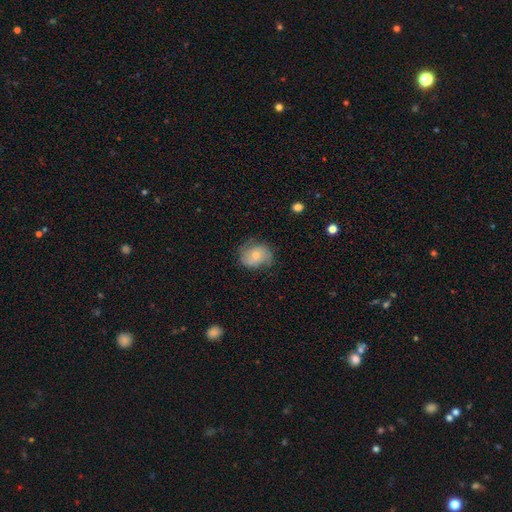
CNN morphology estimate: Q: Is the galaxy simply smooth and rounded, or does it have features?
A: featured or disk — 52%.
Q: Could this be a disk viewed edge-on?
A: no — 97%.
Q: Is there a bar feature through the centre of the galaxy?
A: no — 68%.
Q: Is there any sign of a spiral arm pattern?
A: yes — 84%.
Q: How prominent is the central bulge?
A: moderate — 49%.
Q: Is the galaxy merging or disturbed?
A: none — 66%.